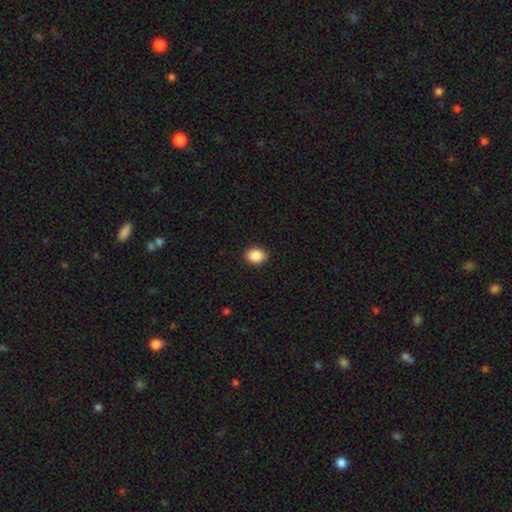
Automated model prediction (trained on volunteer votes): This appears to be a smooth galaxy with no disk features (88%) that is in between round and cigar-shaped (65%). Merging: none (91%).